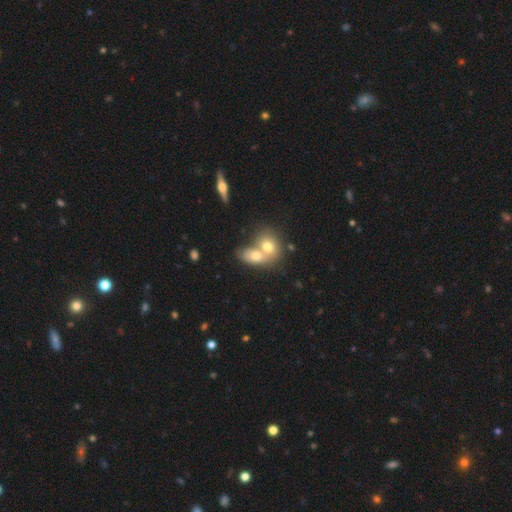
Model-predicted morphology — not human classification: This appears to be a smooth galaxy with no disk features (69%) that is in between round and cigar-shaped (75%). Merging: merger (72%).